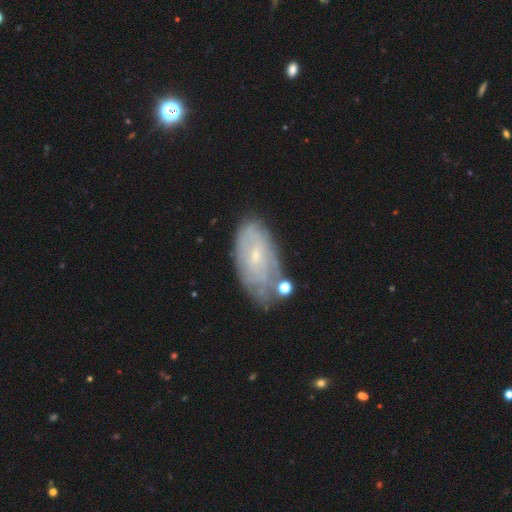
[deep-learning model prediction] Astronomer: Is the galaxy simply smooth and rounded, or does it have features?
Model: featured or disk — 61%.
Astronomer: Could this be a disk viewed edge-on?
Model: no — 92%.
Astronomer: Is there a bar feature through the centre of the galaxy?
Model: no — 64%.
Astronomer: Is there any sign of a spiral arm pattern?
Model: yes — 66%.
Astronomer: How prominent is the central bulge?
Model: small — 79%.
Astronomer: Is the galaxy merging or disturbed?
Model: none — 62%.